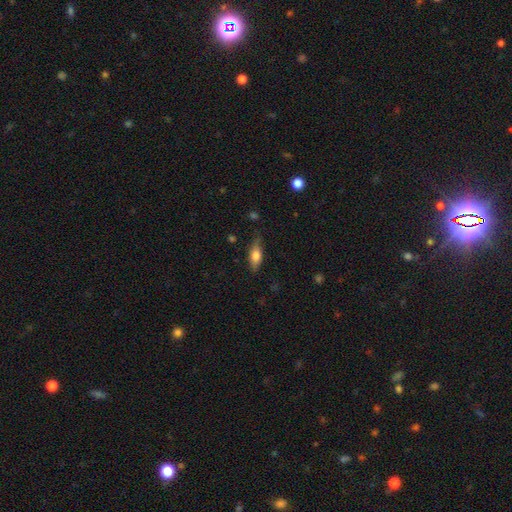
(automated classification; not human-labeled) A smooth galaxy with no disk features (70%) that is in between round and cigar-shaped (71%).

Vote fractions:
- Smooth or featured? smooth: 70% / featured or disk: 23% / star or artifact: 7%
- How rounded? in between: 71% / cigar-shaped: 25% / round: 4%
- Merging? none: 73% / minor disturbance: 21% / major disturbance: 4% / merger: 2%